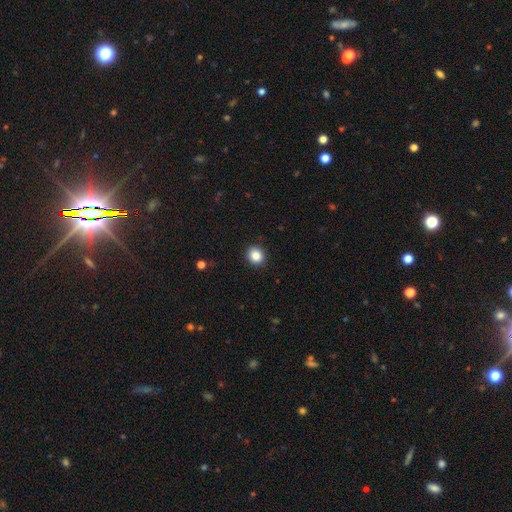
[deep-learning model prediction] smooth 86%, star or artifact 10%, featured or disk 4%. Down the decision tree: how rounded — round (79%); merging — none (91%).